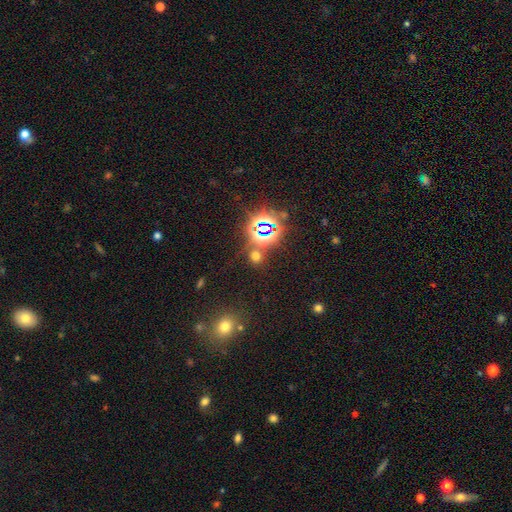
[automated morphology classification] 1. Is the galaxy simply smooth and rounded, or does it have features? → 50% star or artifact, 44% smooth, 6% featured or disk.